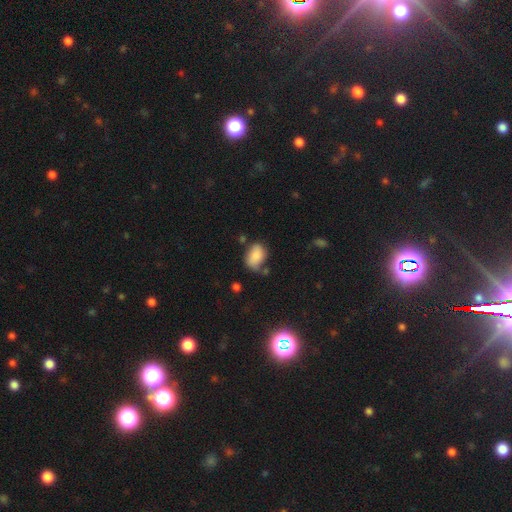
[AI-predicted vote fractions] smooth_or_featured: smooth (p=0.82) [alt: featured or disk p=0.09]
how_rounded: in between (p=0.86) [alt: round p=0.13]
merging: none (p=0.55) [alt: minor disturbance p=0.28]